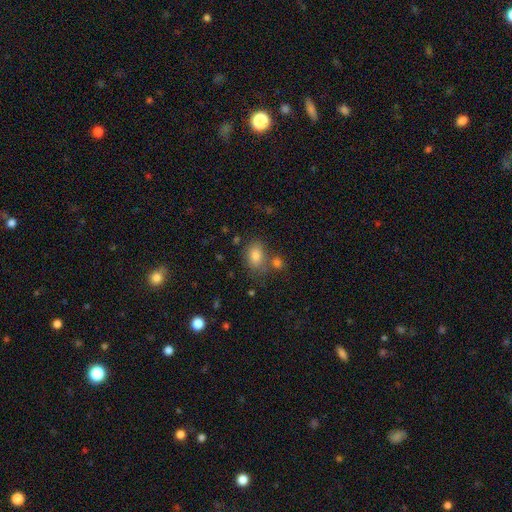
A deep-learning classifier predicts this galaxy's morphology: smooth_or_featured: smooth (p=0.81) [alt: star or artifact p=0.10]
how_rounded: in between (p=0.75) [alt: round p=0.24]
merging: none (p=0.64) [alt: merger p=0.16]